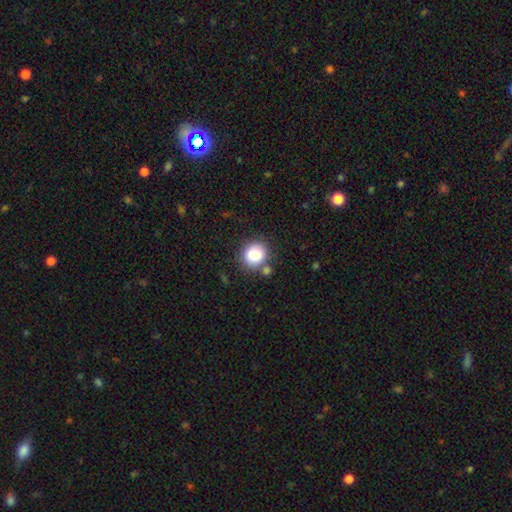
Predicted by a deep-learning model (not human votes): smooth-or-featured: smooth: 83% | star or artifact: 10% | featured or disk: 8%
  how-rounded: round: 83% | in between: 16% | cigar-shaped: 1%
  merging: none: 77% | minor disturbance: 10% | merger: 9% | major disturbance: 3%